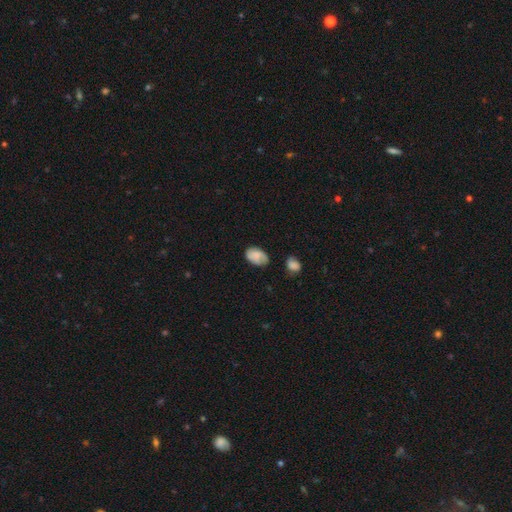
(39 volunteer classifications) Smooth or featured? smooth (79%)
How rounded? in between (90%)
Merging? none (64%)